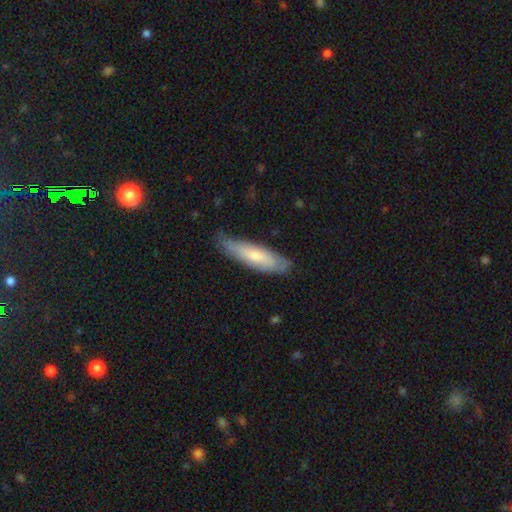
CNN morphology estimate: This is likely a smooth galaxy (60%). How rounded: likely cigar-shaped (62%). Merging: likely none (65%).